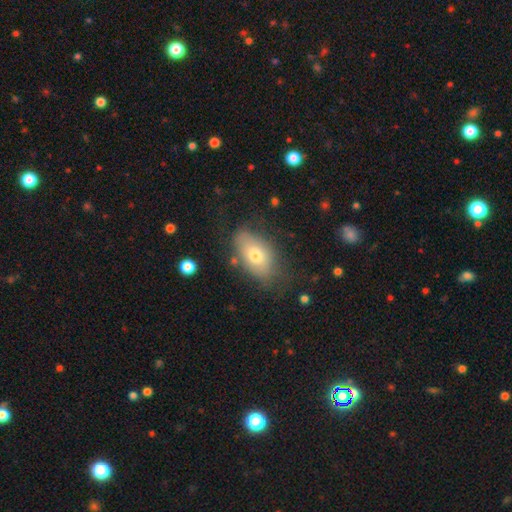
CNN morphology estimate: Smooth or featured? Predicted: smooth (p=0.69). How rounded? Predicted: in between (p=0.89). Merging? Predicted: none (p=0.65).